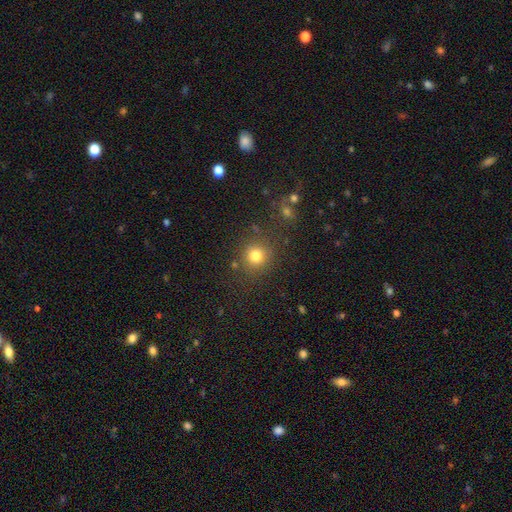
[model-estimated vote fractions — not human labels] Morphology: type=smooth (79%); roundness=round (90%); merging=none (82%).